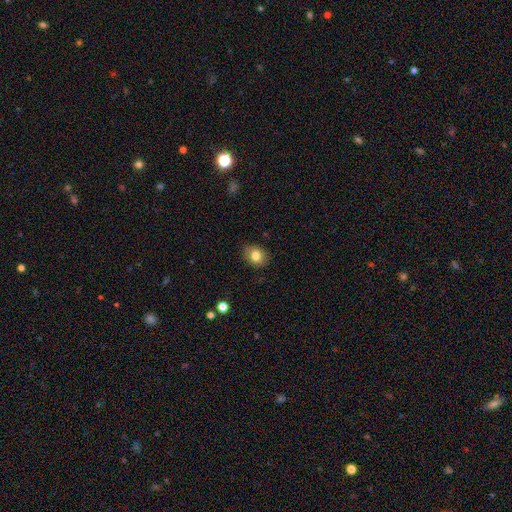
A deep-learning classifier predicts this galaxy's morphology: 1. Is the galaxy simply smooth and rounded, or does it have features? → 81% smooth, 10% star or artifact, 9% featured or disk.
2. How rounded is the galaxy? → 51% in between, 48% round, 1% cigar-shaped.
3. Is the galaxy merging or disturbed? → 85% none, 11% minor disturbance, 2% major disturbance, 1% merger.